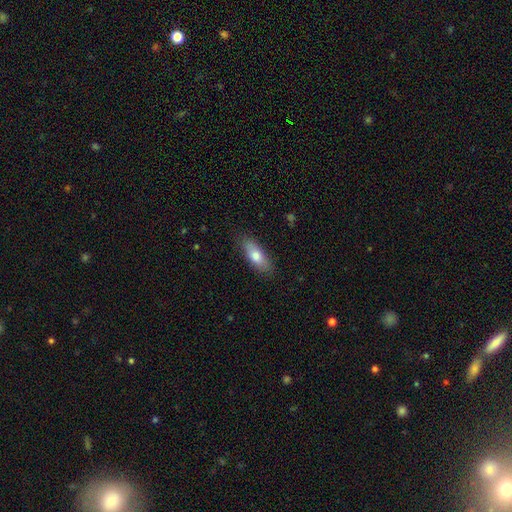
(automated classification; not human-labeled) smooth_or_featured: smooth (p=0.74) [alt: featured or disk p=0.20]
how_rounded: in between (p=0.71) [alt: cigar-shaped p=0.26]
merging: none (p=0.83) [alt: minor disturbance p=0.13]